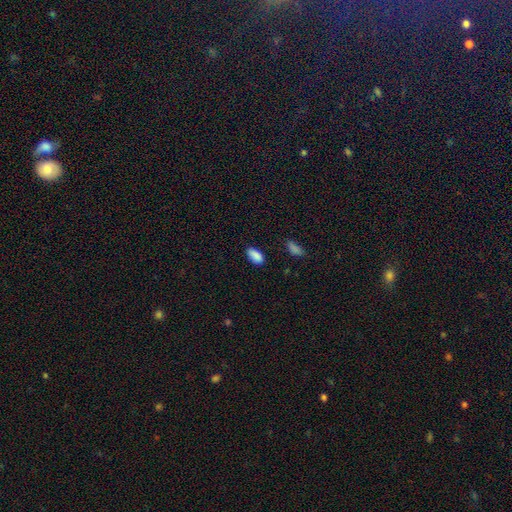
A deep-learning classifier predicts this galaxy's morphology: Smooth or featured? smooth (88%)
How rounded? in between (91%)
Merging? none (80%)